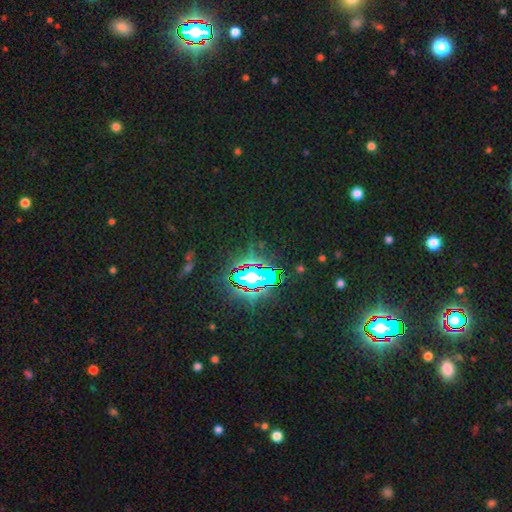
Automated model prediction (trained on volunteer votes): star or artifact 85%, smooth 8%, featured or disk 7%.